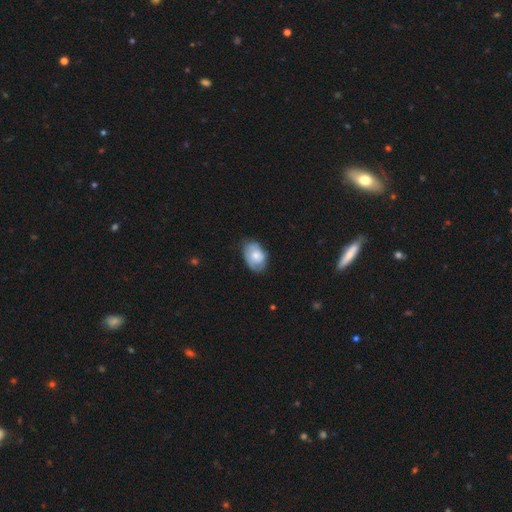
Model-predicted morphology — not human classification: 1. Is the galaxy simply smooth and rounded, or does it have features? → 61% smooth, 33% featured or disk, 7% star or artifact.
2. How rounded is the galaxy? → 82% in between, 17% round, 1% cigar-shaped.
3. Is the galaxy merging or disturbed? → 64% none, 28% minor disturbance, 7% major disturbance, 1% merger.